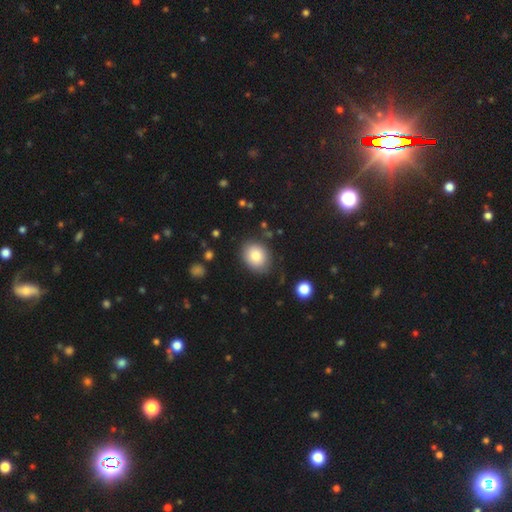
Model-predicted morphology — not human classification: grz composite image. It shows a smooth galaxy with no disk features (81%) that is round (54%). Merging: none (82%).